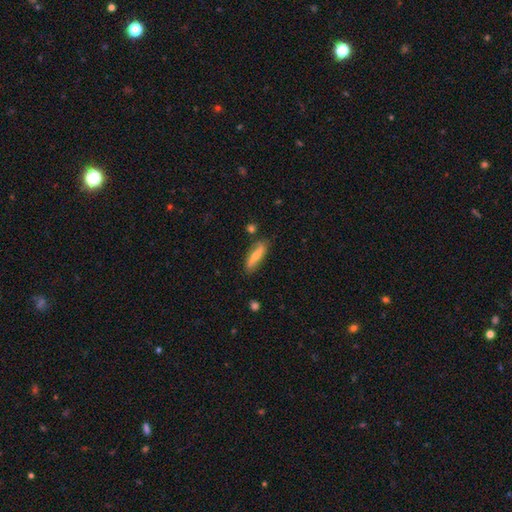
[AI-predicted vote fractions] Smooth or featured: smooth — 63% (featured or disk — 30%)
How rounded: cigar-shaped — 63% (in between — 35%)
Merging: none — 78% (minor disturbance — 15%)